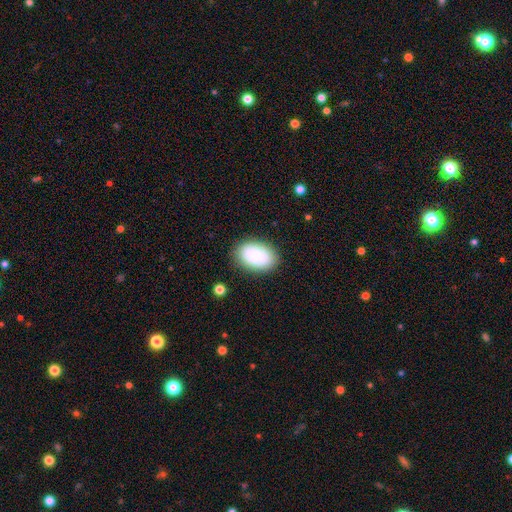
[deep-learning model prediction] This appears to be a smooth galaxy with no disk features (86%) that is in between round and cigar-shaped (90%). Merging: none (84%).